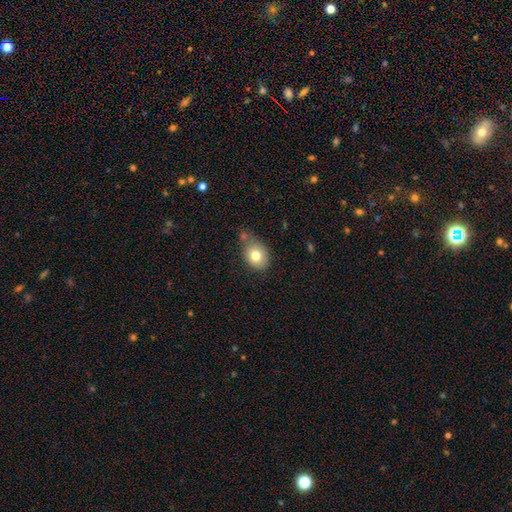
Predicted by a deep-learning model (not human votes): A smooth galaxy with no disk features (77%) that is in between round and cigar-shaped (56%).

Vote fractions:
- Smooth or featured? smooth: 77% / featured or disk: 13% / star or artifact: 10%
- How rounded? in between: 56% / round: 43% / cigar-shaped: 1%
- Merging? none: 53% / minor disturbance: 24% / merger: 16% / major disturbance: 7%